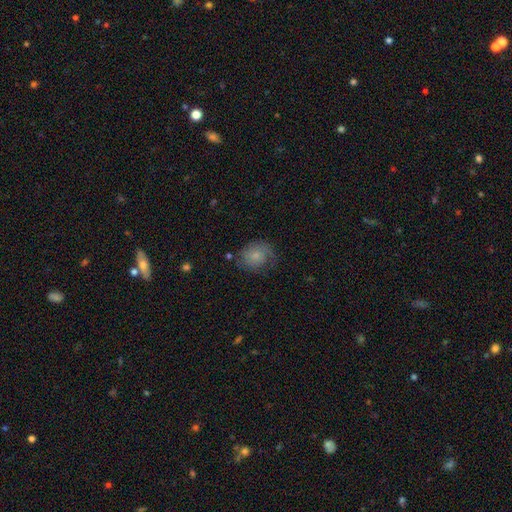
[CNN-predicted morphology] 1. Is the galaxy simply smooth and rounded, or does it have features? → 59% smooth, 33% featured or disk, 9% star or artifact.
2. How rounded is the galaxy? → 68% round, 31% in between, 1% cigar-shaped.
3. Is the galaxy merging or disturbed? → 57% none, 26% minor disturbance, 15% major disturbance, 2% merger.